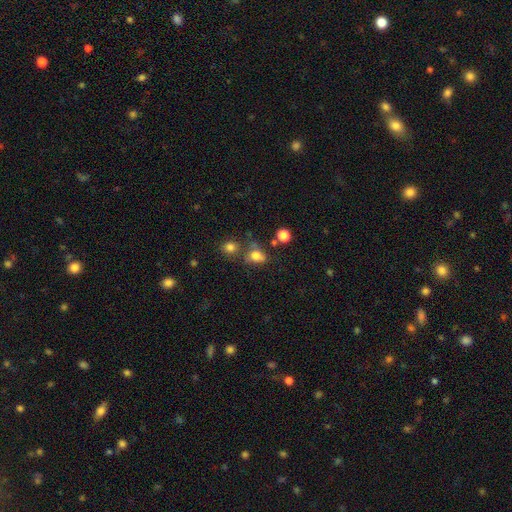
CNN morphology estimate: Q: Smooth or featured?
A: smooth (75%); runner-up: star or artifact (14%)
Q: How rounded?
A: in between (59%); runner-up: round (39%)
Q: Merging?
A: none (50%); runner-up: merger (22%)